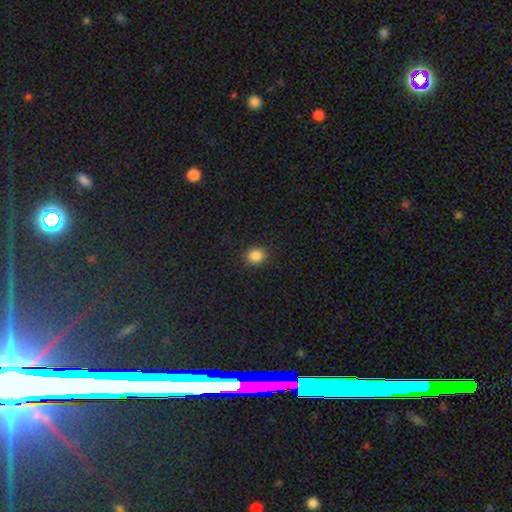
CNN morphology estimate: A smooth galaxy with no disk features (86%) that is round (70%). Merging: none (90%).